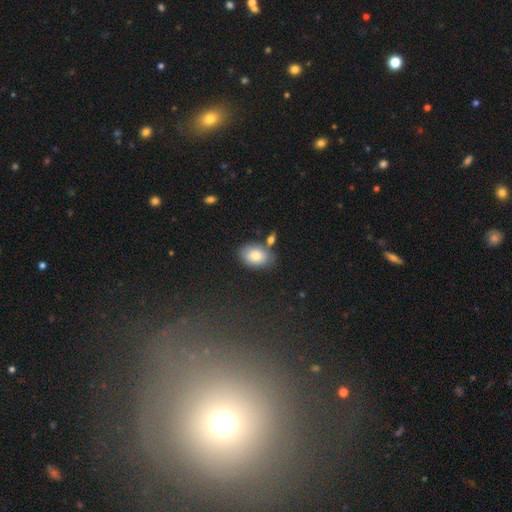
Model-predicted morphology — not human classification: Q: Smooth or featured?
A: smooth (78%); runner-up: featured or disk (14%)
Q: How rounded?
A: in between (84%); runner-up: round (14%)
Q: Merging?
A: none (65%); runner-up: minor disturbance (16%)